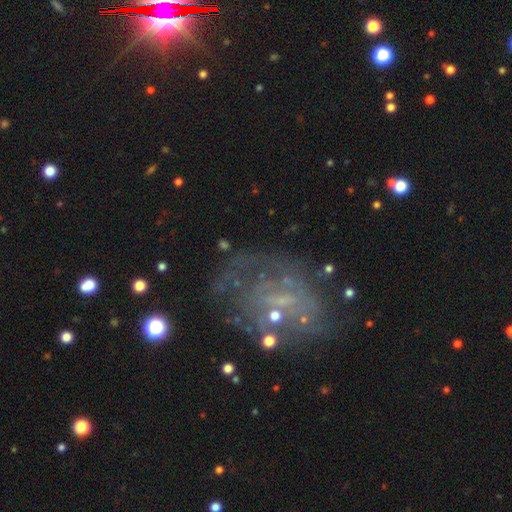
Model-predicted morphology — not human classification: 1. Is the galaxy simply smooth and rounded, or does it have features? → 65% featured or disk, 17% smooth, 17% star or artifact.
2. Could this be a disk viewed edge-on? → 97% no, 3% yes.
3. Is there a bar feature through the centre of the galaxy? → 54% no, 36% weak, 10% strong.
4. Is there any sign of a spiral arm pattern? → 53% yes, 47% no.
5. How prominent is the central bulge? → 47% small, 37% none, 14% moderate, 2% large, 1% dominant.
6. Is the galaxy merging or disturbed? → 51% none, 24% major disturbance, 20% minor disturbance, 5% merger.